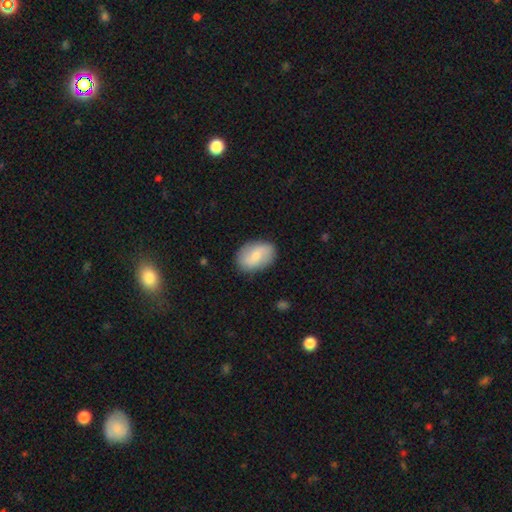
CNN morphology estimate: smooth-or-featured: smooth: 59% | featured or disk: 34% | star or artifact: 6%
  how-rounded: in between: 82% | round: 16% | cigar-shaped: 2%
  merging: none: 84% | minor disturbance: 12% | major disturbance: 3% | merger: 1%